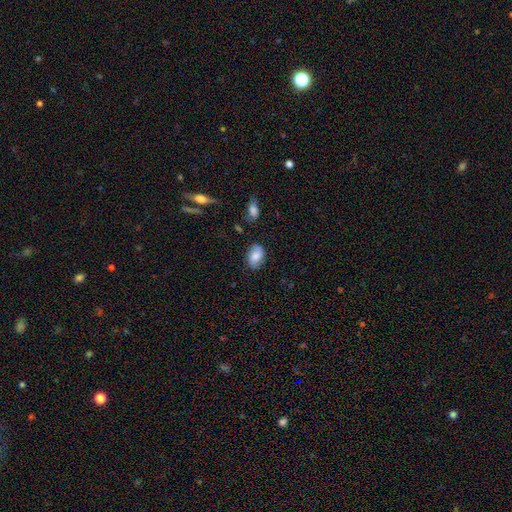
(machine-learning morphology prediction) This is likely a smooth galaxy (71%). How rounded: clearly in between (84%). Merging: likely none (80%).